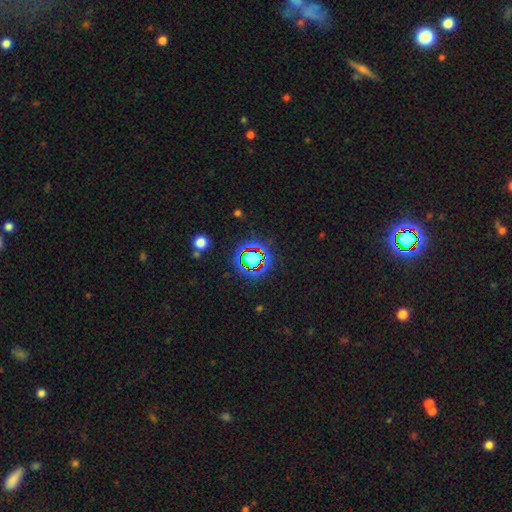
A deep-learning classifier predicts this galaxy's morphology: Smooth or featured: star or artifact — 79% (smooth — 13%)